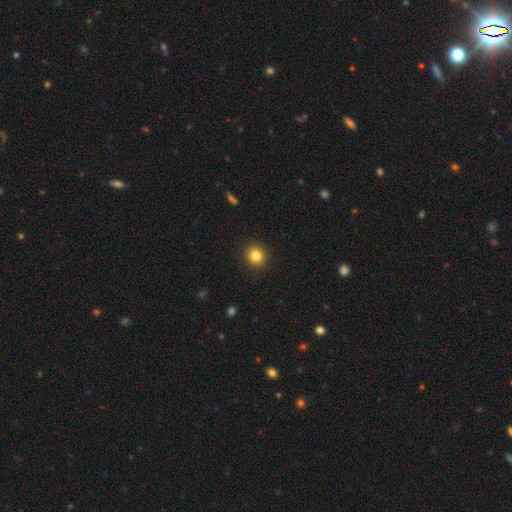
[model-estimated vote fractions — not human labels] smooth-or-featured: smooth: 83% | star or artifact: 11% | featured or disk: 6%
  how-rounded: round: 92% | in between: 7% | cigar-shaped: 1%
  merging: none: 92% | minor disturbance: 5% | major disturbance: 2% | merger: 1%